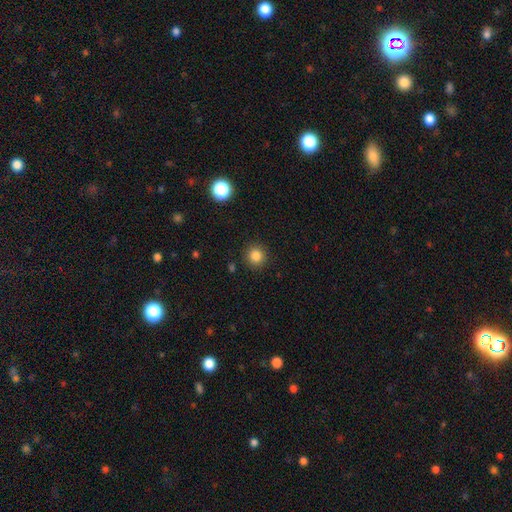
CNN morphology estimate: The model was most divided on "smooth or featured": smooth: 85%, star or artifact: 11%, featured or disk: 4%. More confident: how rounded — round (93%); merging — none (90%).